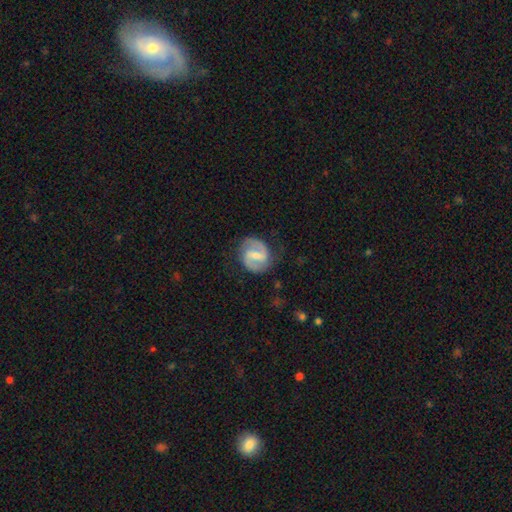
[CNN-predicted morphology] This appears to be a featured or disk galaxy (83%) with a weak bar (45%, tied with strong), 2 (91%) medium (53%) spiral arms (94%) and a moderate central bulge (41%). Merging: none (78%).